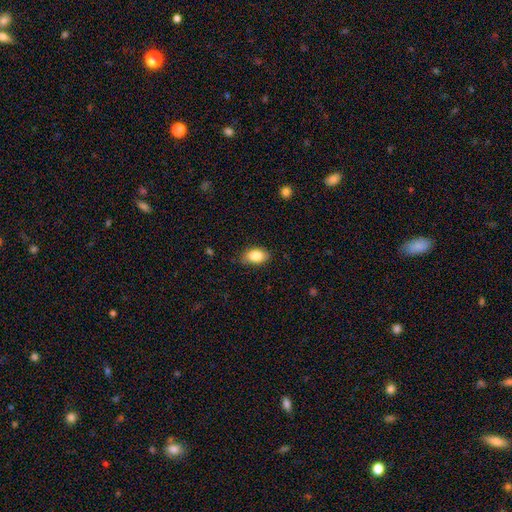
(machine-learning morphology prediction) The model was most divided on "merging": none: 81%, minor disturbance: 15%, major disturbance: 3%, merger: 1%. More confident: how rounded — in between (90%); smooth or featured — smooth (86%).